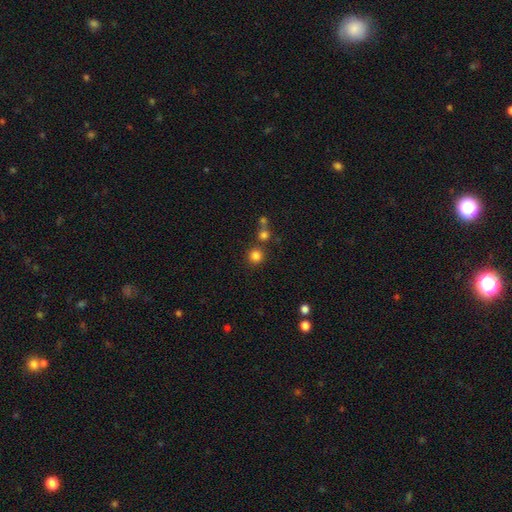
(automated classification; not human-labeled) Q: Smooth or featured?
A: smooth (81%); runner-up: star or artifact (14%)
Q: How rounded?
A: round (93%); runner-up: in between (6%)
Q: Merging?
A: none (77%); runner-up: merger (13%)